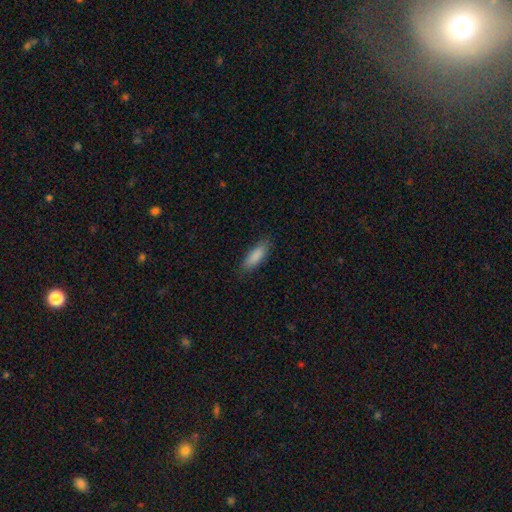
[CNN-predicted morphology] type=smooth (88%); roundness=in between (64%); merging=none (84%).